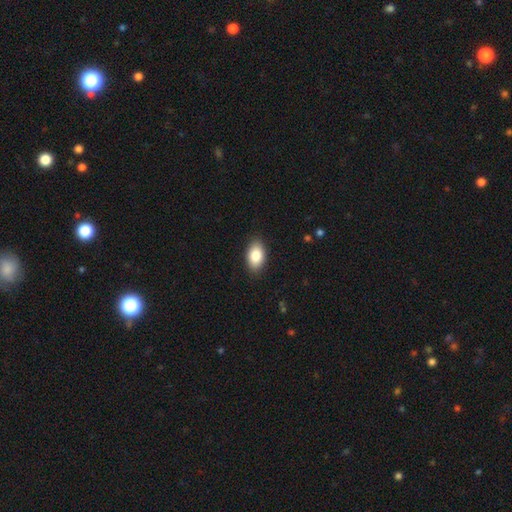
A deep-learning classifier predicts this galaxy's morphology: This is clearly a smooth galaxy (84%). How rounded: clearly in between (92%). Merging: clearly none (88%).